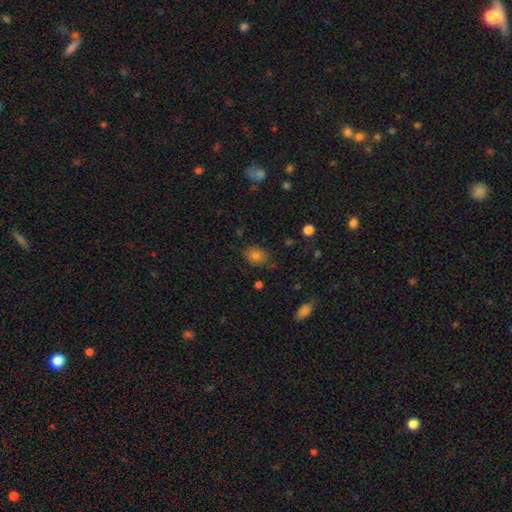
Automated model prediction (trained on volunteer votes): This appears to be a smooth galaxy with no disk features (80%) that is in between round and cigar-shaped (64%). Merging: none (80%).